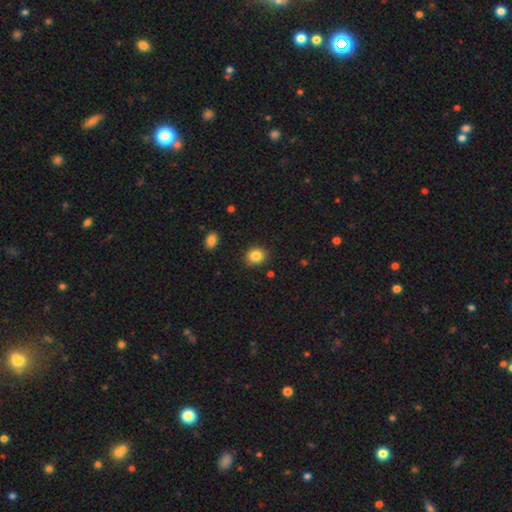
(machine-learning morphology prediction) A smooth galaxy with no disk features (84%) that is round (68%).

Vote fractions:
- Smooth or featured? smooth: 84% / star or artifact: 10% / featured or disk: 6%
- How rounded? round: 68% / in between: 31% / cigar-shaped: 1%
- Merging? none: 87% / minor disturbance: 9% / major disturbance: 2% / merger: 2%